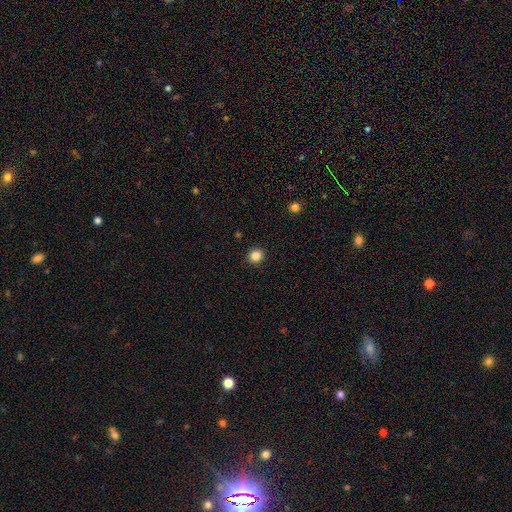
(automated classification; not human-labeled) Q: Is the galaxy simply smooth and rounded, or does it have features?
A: smooth — 85%.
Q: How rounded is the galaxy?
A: round — 88%.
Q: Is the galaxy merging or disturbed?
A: none — 92%.